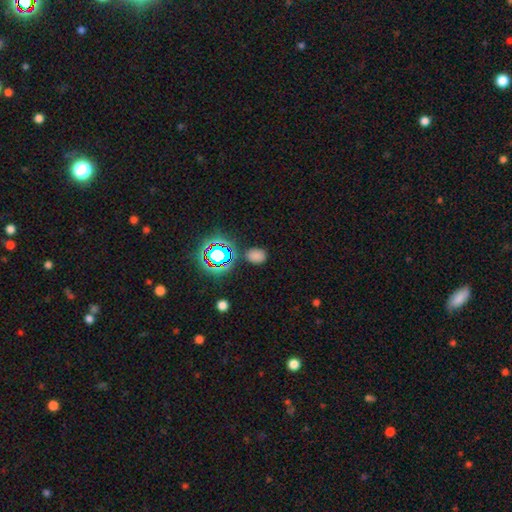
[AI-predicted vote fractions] This is likely a smooth galaxy (71%). How rounded: likely in between (61%). Merging: clearly none (83%).